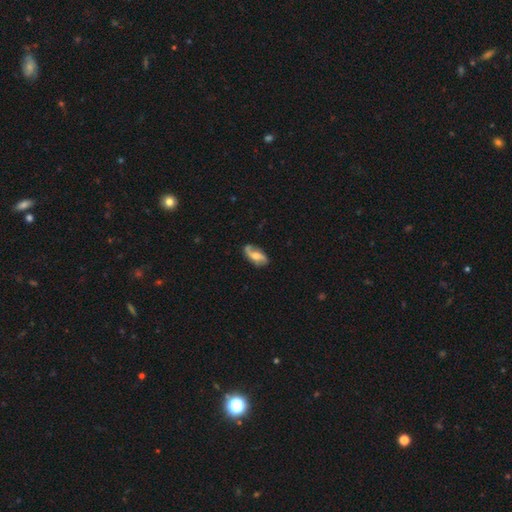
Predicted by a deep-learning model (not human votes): A featured or disk galaxy (69%) with no bar (47%), 2 (86%) loose (64%) spiral arms (91%) and a moderate central bulge (60%). Merging: none (73%).